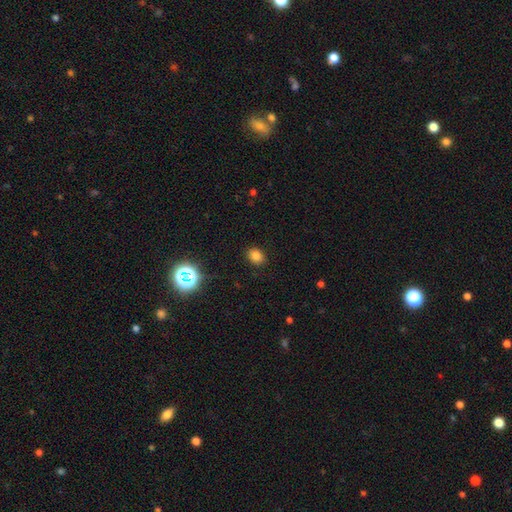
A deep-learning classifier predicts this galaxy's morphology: A smooth galaxy with no disk features (80%) that is in between round and cigar-shaped (58%). Merging: none (89%).